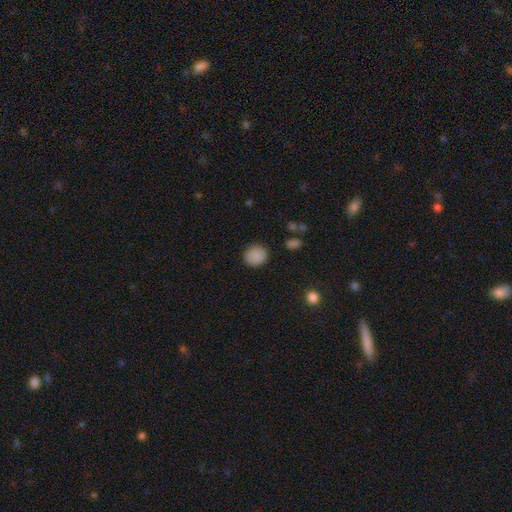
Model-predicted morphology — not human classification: This appears to be a smooth galaxy with no disk features (87%) that is round (84%). Merging: none (88%).